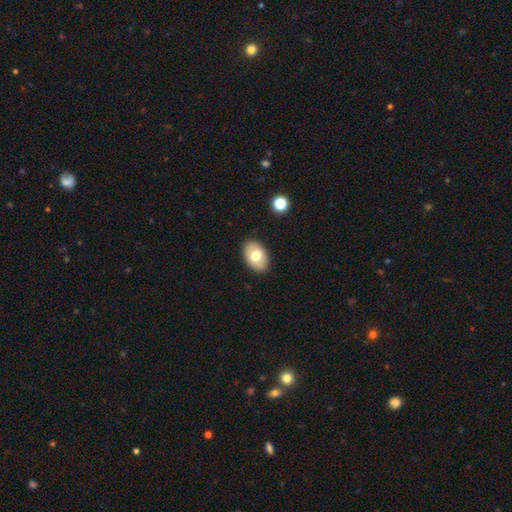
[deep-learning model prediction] Smooth or featured?
  - smooth: 72% *
  - featured or disk: 21%
  - star or artifact: 7%
How rounded?
  - in between: 87% *
  - round: 12%
  - cigar-shaped: 1%
Merging?
  - none: 89% *
  - minor disturbance: 8%
  - major disturbance: 2%
  - merger: 1%